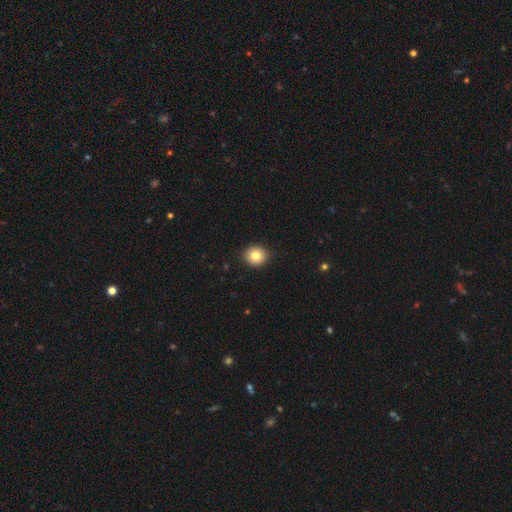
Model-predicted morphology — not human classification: A smooth galaxy with no disk features (81%) that is round (85%). Merging: none (91%).